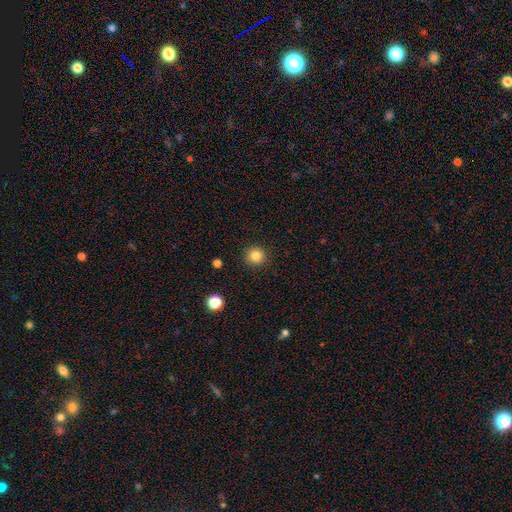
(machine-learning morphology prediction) A smooth galaxy with no disk features (84%) that is round (93%). Merging: none (91%).